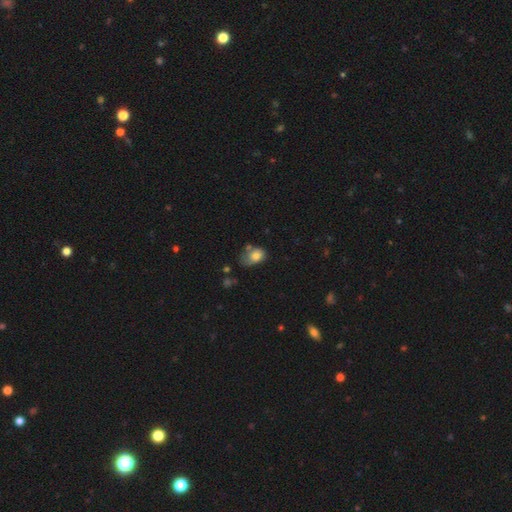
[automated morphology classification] This is likely a smooth galaxy (78%). How rounded: likely in between (77%). Merging: marginally minor disturbance (35%, tied with none).